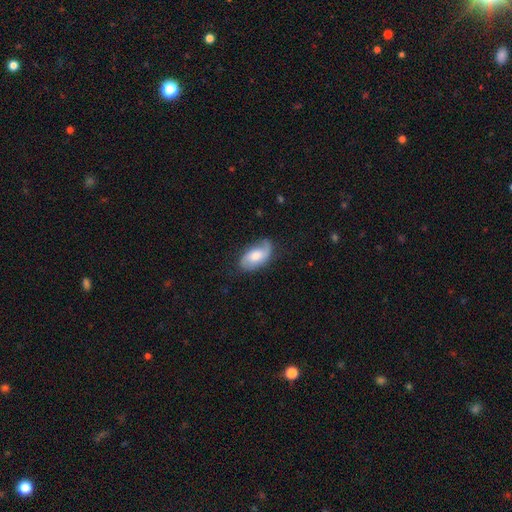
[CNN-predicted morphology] Smooth or featured? featured or disk (49%)
Merging? none (67%)